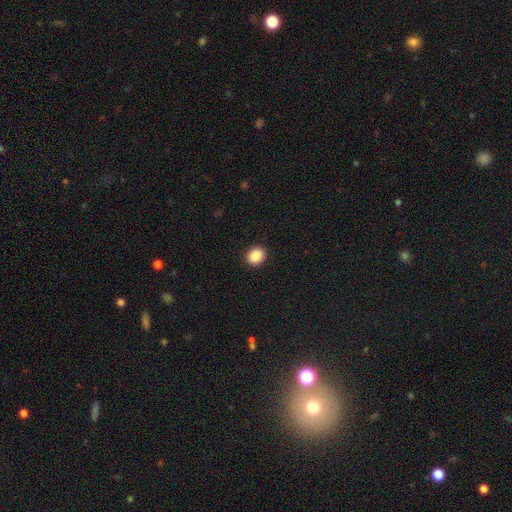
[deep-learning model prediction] A smooth galaxy with no disk features (88%) that is round (70%).

Vote fractions:
- Smooth or featured? smooth: 88% / star or artifact: 8% / featured or disk: 3%
- How rounded? round: 70% / in between: 29% / cigar-shaped: 1%
- Merging? none: 92% / minor disturbance: 5% / major disturbance: 2% / merger: 1%